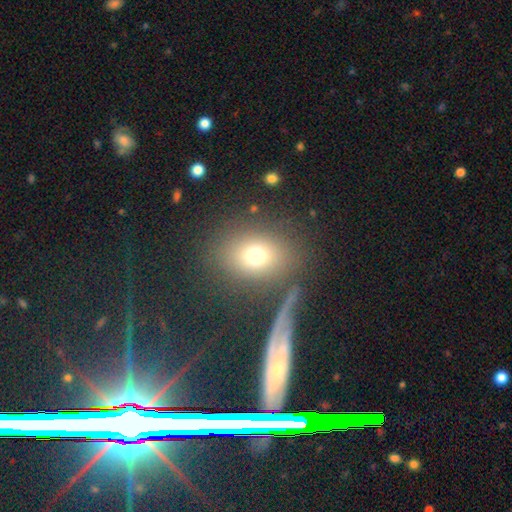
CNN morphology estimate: A smooth galaxy with no disk features (71%) that is round (49%). Merging: none (74%).